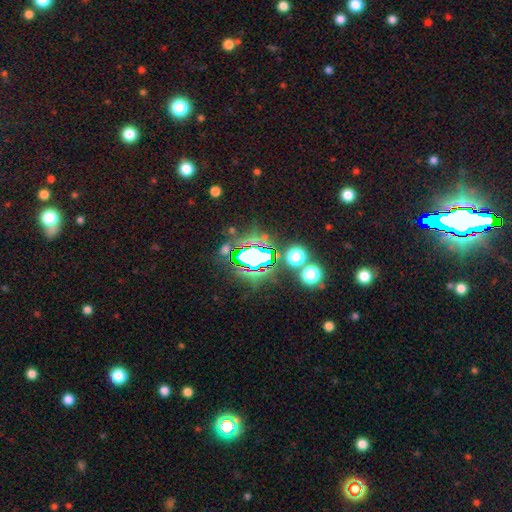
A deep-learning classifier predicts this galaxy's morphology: smooth_or_featured: star or artifact (p=0.68) [alt: smooth p=0.20]